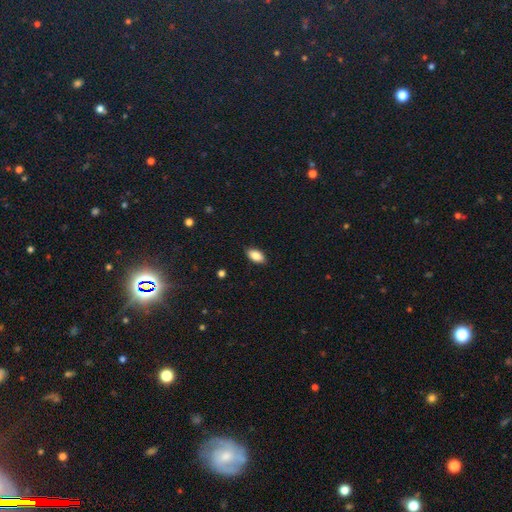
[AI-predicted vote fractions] smooth 85%, featured or disk 7%, star or artifact 7%. Down the decision tree: how rounded — in between (92%); merging — none (88%).